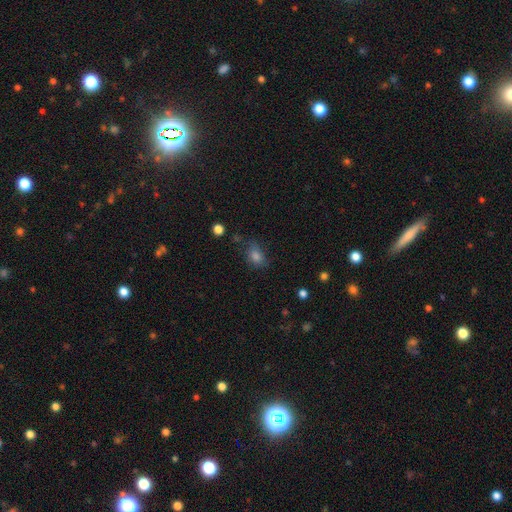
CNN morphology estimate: This is likely a smooth galaxy (73%). How rounded: likely in between (65%). Merging: likely none (64%).